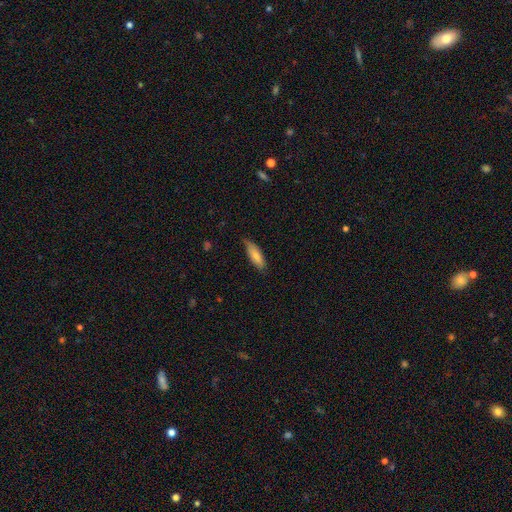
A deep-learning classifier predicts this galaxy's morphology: Q: Smooth or featured?
A: smooth (76%); runner-up: featured or disk (18%)
Q: How rounded?
A: in between (50%); runner-up: cigar-shaped (48%)
Q: Merging?
A: none (74%); runner-up: minor disturbance (22%)